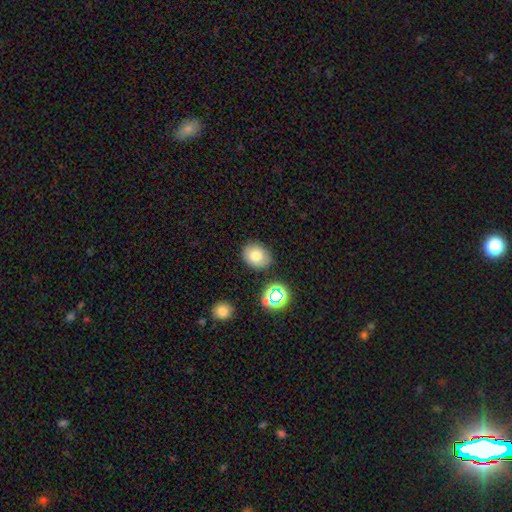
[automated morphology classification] Smooth or featured?
  - smooth: 75% *
  - star or artifact: 13%
  - featured or disk: 12%
How rounded?
  - round: 55% *
  - in between: 44%
  - cigar-shaped: 1%
Merging?
  - none: 81% *
  - minor disturbance: 12%
  - merger: 3%
  - major disturbance: 3%